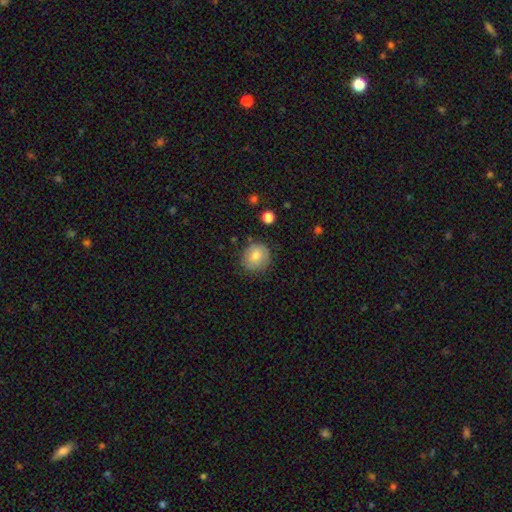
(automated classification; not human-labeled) smooth 72%, featured or disk 19%, star or artifact 9%. Down the decision tree: how rounded — round (84%); merging — none (77%).